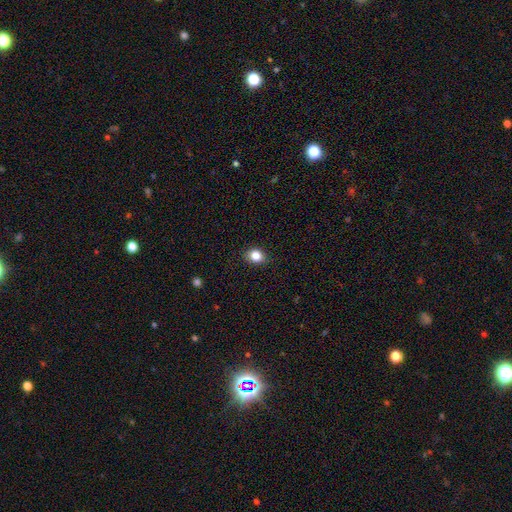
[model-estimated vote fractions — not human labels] A smooth galaxy with no disk features (84%) that is round (57%). Merging: none (87%).